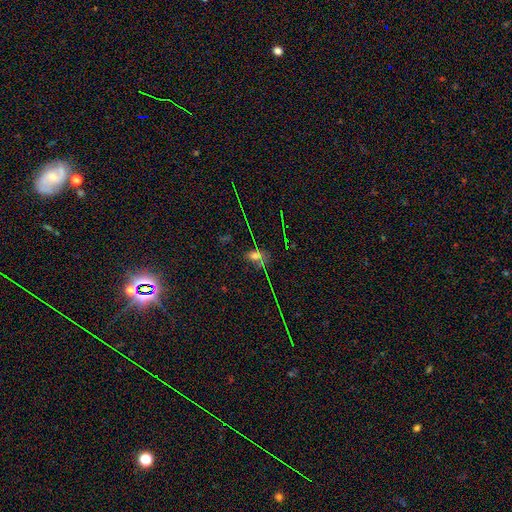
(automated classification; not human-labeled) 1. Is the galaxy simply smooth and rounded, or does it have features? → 50% smooth, 39% star or artifact, 11% featured or disk.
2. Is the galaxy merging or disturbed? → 64% none, 19% minor disturbance, 9% major disturbance, 8% merger.